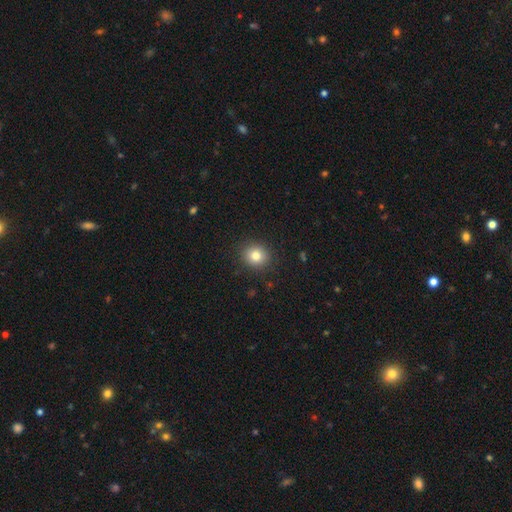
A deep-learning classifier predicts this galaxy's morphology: type=smooth (81%); roundness=round (82%); merging=none (89%).